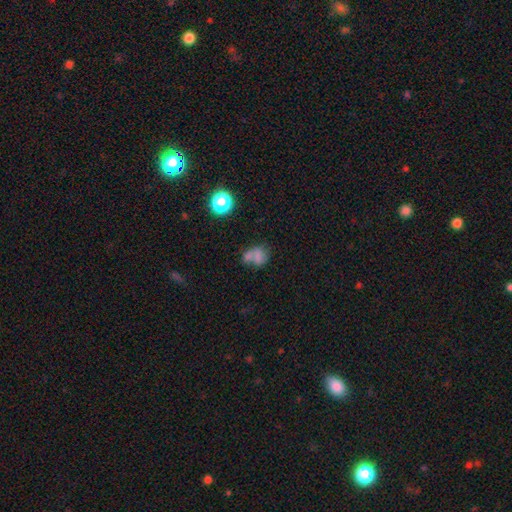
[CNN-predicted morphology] Smooth or featured? Predicted: smooth (p=0.64). How rounded? Predicted: in between (p=0.56). Merging? Predicted: merger (p=0.46).